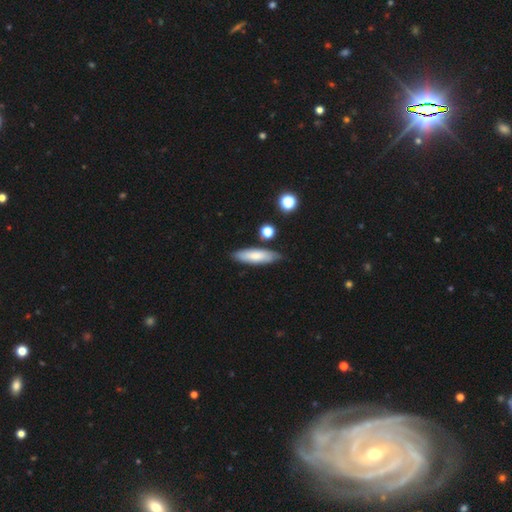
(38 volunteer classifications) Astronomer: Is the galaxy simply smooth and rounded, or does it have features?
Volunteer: smooth — 76%.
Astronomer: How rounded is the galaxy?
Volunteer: cigar-shaped — 52% (runner-up: in between, 48%).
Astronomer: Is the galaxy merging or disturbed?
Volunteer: none — 92%.